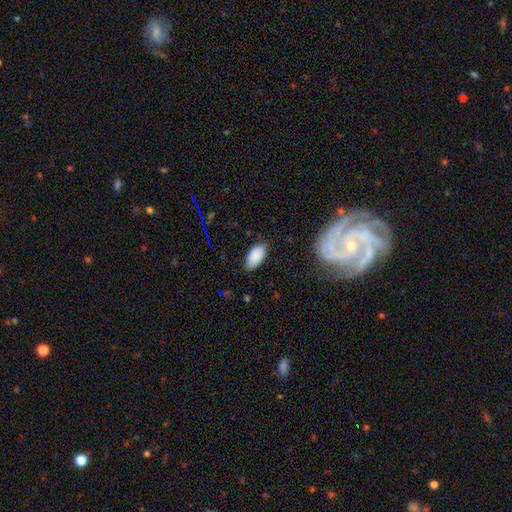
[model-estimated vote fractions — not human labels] smooth-or-featured: smooth: 87% | star or artifact: 8% | featured or disk: 6%
  how-rounded: in between: 95% | round: 3% | cigar-shaped: 2%
  merging: none: 82% | minor disturbance: 14% | major disturbance: 3% | merger: 1%